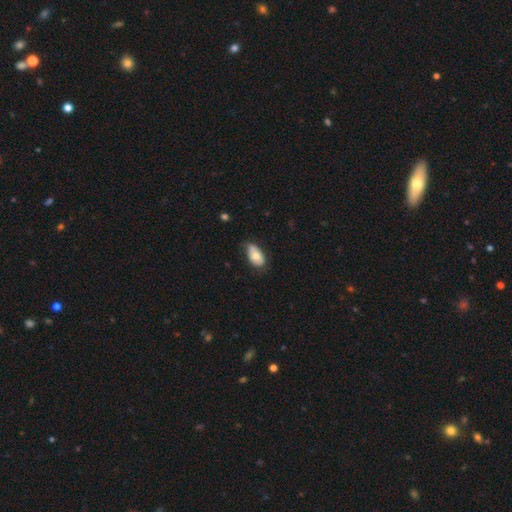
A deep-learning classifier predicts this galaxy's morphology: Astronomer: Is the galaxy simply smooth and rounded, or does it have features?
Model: smooth — 74%.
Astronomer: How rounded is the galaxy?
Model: in between — 93%.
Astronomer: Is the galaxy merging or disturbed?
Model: none — 65%.